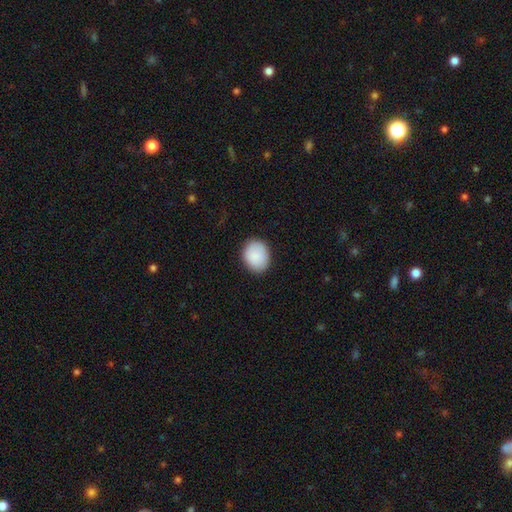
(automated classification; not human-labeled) Smooth or featured?
  - smooth: 89% *
  - star or artifact: 6%
  - featured or disk: 5%
How rounded?
  - round: 59% *
  - in between: 40%
  - cigar-shaped: 1%
Merging?
  - none: 86% *
  - minor disturbance: 11%
  - major disturbance: 2%
  - merger: 1%